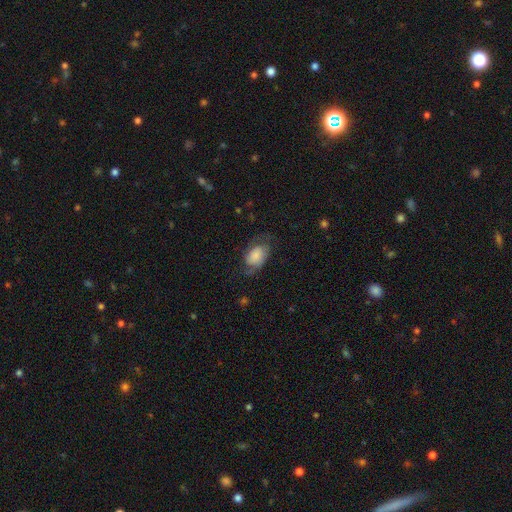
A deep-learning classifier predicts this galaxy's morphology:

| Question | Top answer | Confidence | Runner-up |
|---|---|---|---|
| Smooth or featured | smooth | 50% | featured or disk (41%) |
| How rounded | in between | 83% | round (15%) |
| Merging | none | 54% | minor disturbance (26%) |